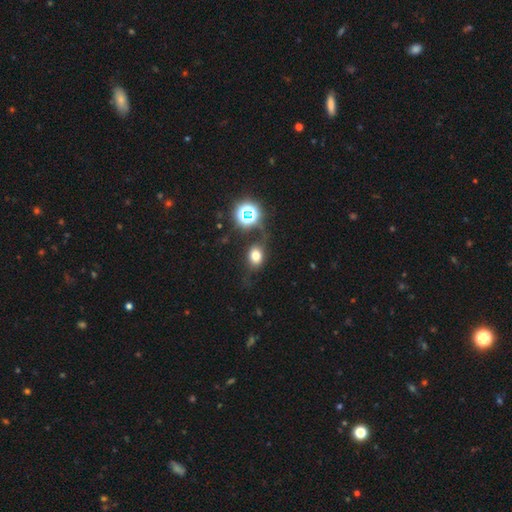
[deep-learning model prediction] smooth 68%, star or artifact 19%, featured or disk 13%. Down the decision tree: how rounded — in between (53%); merging — none (68%).